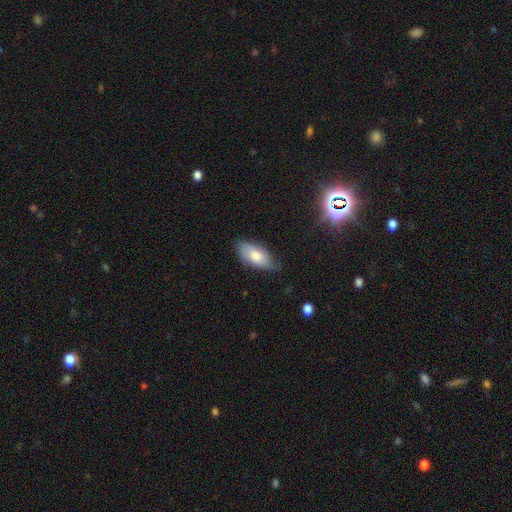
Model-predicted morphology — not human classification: Overall: smooth (73%). How rounded: in between (91%). Merging: none (65%; minor disturbance 29%).